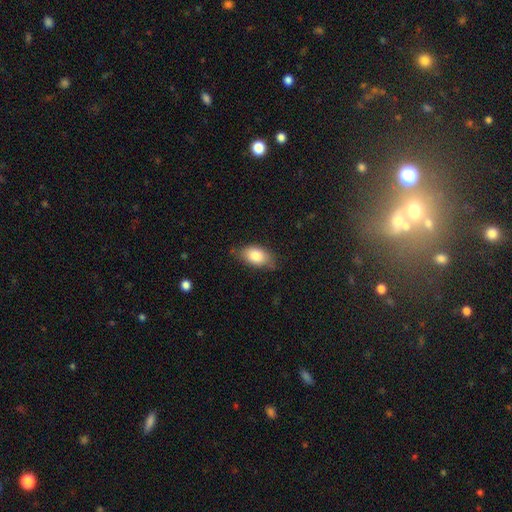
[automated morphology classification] smooth 83%, featured or disk 10%, star or artifact 7%. Down the decision tree: how rounded — in between (90%); merging — none (70%).